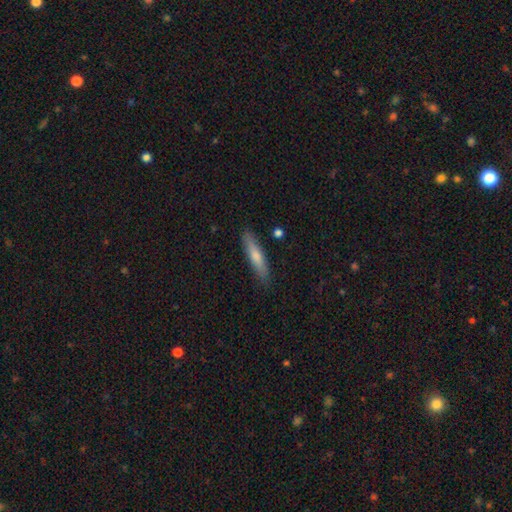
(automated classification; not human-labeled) This appears to be a smooth galaxy with no disk features (65%) that is cigar-shaped (87%). Merging: none (88%).